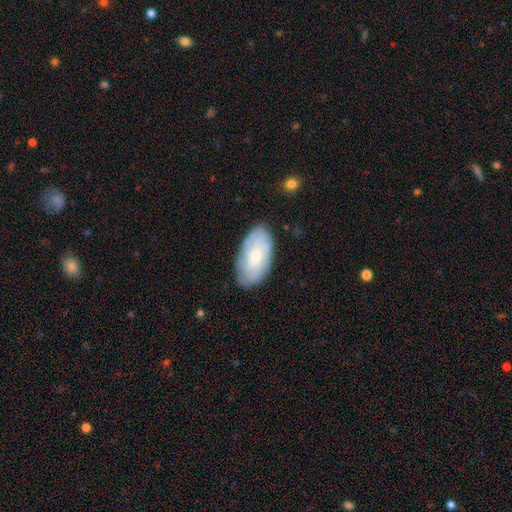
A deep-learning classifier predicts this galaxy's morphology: This appears to be a featured or disk galaxy (55%) with no bar (68%), spiral arms (79%) and a small central bulge (54%). Merging: none (80%).